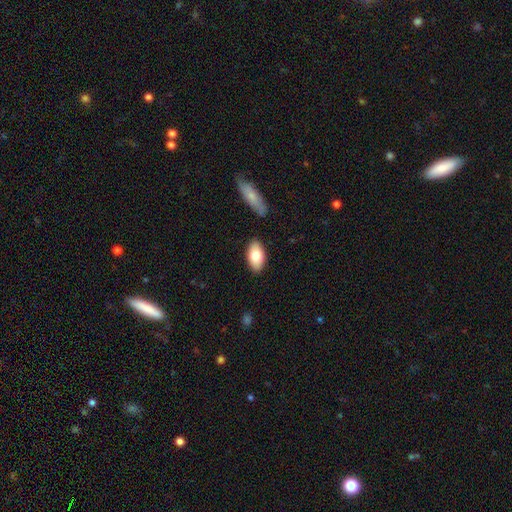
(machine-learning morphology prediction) Smooth or featured? smooth (78%)
How rounded? in between (93%)
Merging? none (86%)